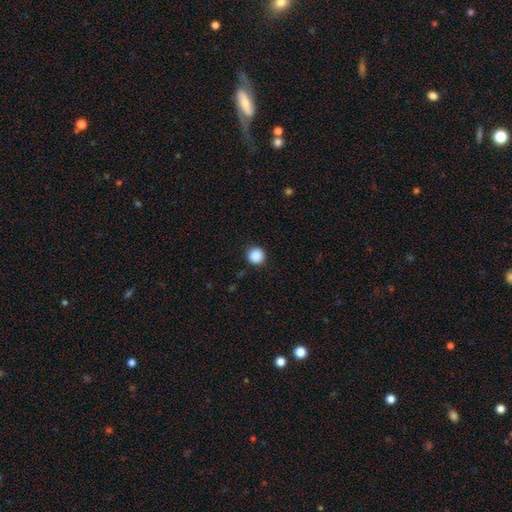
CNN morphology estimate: Smooth or featured? Predicted: smooth (p=0.88). How rounded? Predicted: round (p=0.95). Merging? Predicted: none (p=0.91).